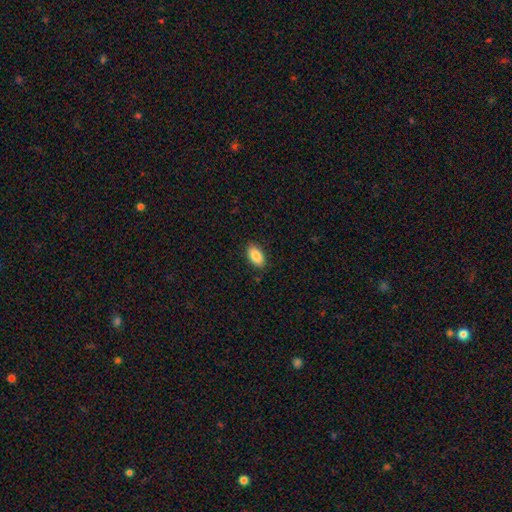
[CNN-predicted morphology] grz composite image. It shows a smooth galaxy with no disk features (88%) that is in between round and cigar-shaped (94%). Merging: none (87%).